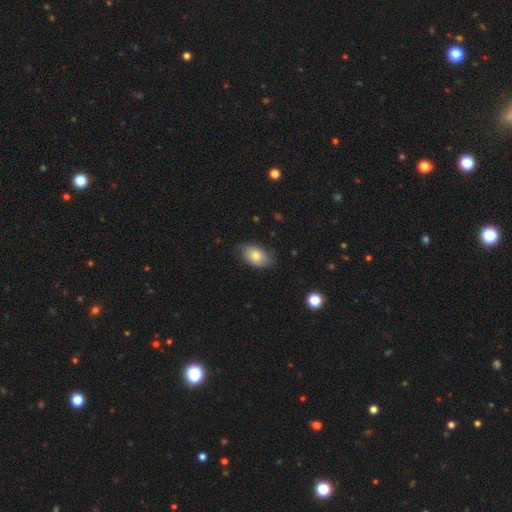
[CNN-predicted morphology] Smooth or featured?
  - smooth: 75% *
  - featured or disk: 18%
  - star or artifact: 7%
How rounded?
  - in between: 90% *
  - round: 8%
  - cigar-shaped: 2%
Merging?
  - none: 71% *
  - minor disturbance: 23%
  - major disturbance: 5%
  - merger: 1%